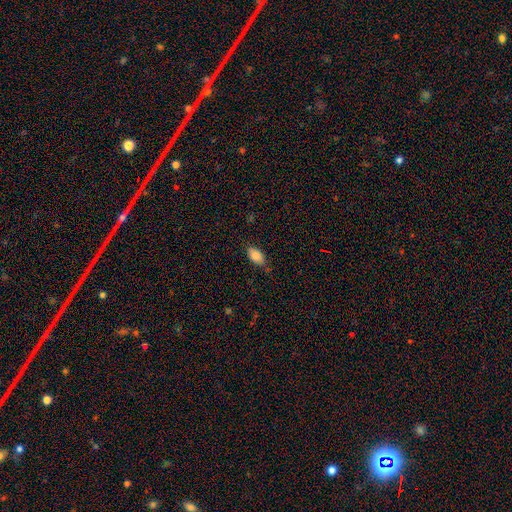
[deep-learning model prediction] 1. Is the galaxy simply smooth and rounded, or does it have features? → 84% smooth, 9% featured or disk, 8% star or artifact.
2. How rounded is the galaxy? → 92% in between, 4% round, 4% cigar-shaped.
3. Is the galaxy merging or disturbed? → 77% none, 18% minor disturbance, 3% major disturbance, 2% merger.